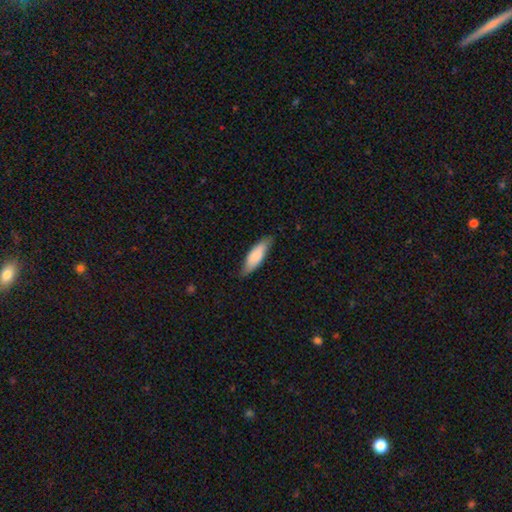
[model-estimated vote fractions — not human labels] Smooth or featured?
  - smooth: 80% *
  - featured or disk: 15%
  - star or artifact: 5%
How rounded?
  - in between: 56% *
  - cigar-shaped: 43%
  - round: 2%
Merging?
  - none: 77% *
  - minor disturbance: 19%
  - major disturbance: 3%
  - merger: 1%